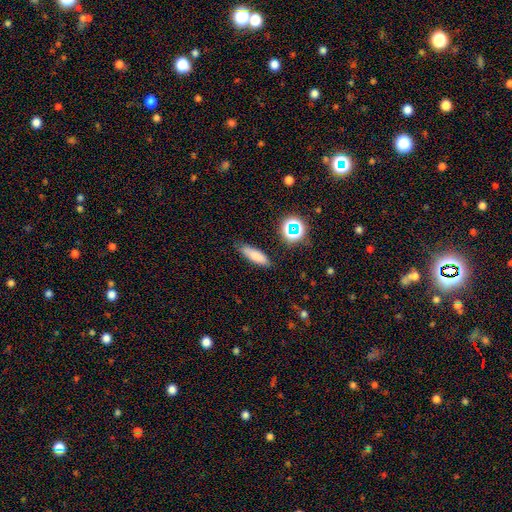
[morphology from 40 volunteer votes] smooth 75%, featured or disk 12%, star or artifact 12%. Down the decision tree: how rounded — cigar-shaped (57%); merging — none (74%).